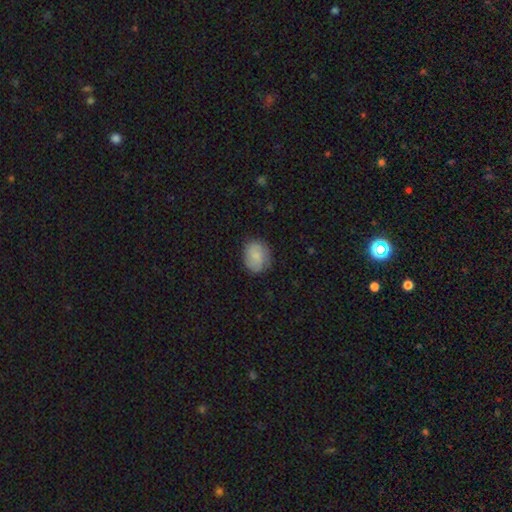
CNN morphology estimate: Smooth or featured: smooth — 74% (featured or disk — 19%)
How rounded: in between — 51% (round — 48%)
Merging: none — 77% (minor disturbance — 18%)